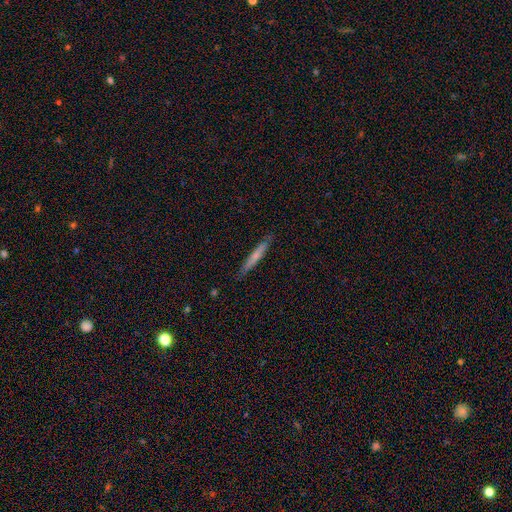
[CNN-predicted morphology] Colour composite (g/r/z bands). It shows a smooth galaxy with no disk features (58%) that is cigar-shaped (95%). Merging: none (87%).